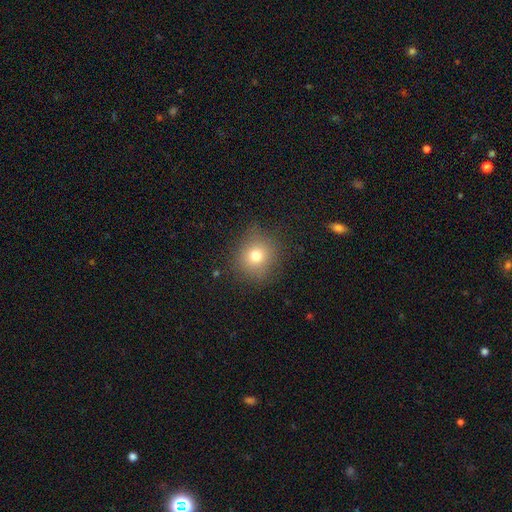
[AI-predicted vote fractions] A smooth galaxy with no disk features (75%) that is round (86%). Merging: none (82%).